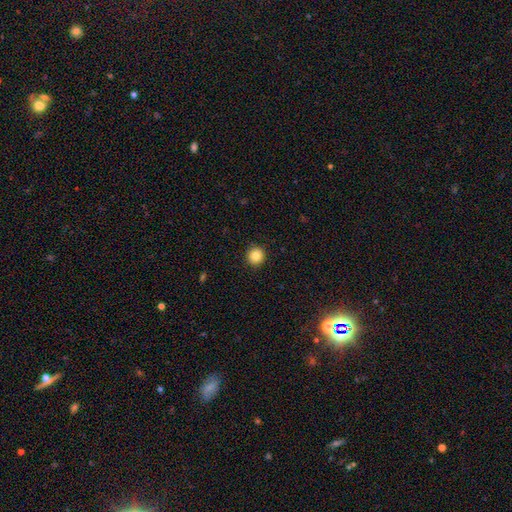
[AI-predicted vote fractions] Smooth or featured? Predicted: smooth (p=0.85). How rounded? Predicted: round (p=0.94). Merging? Predicted: none (p=0.92).